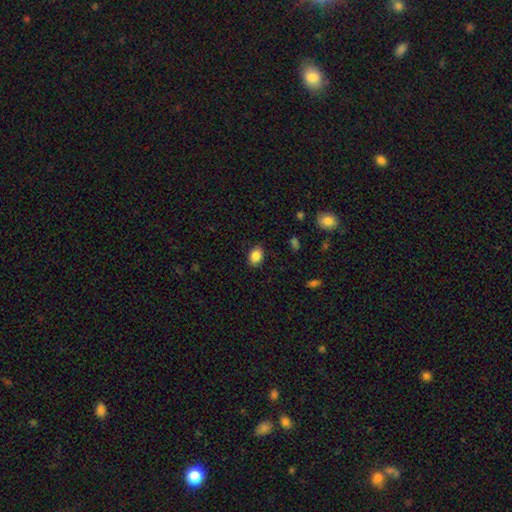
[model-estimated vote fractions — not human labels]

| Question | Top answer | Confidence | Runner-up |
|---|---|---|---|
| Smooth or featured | smooth | 87% | star or artifact (9%) |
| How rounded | in between | 78% | round (21%) |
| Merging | none | 86% | minor disturbance (11%) |